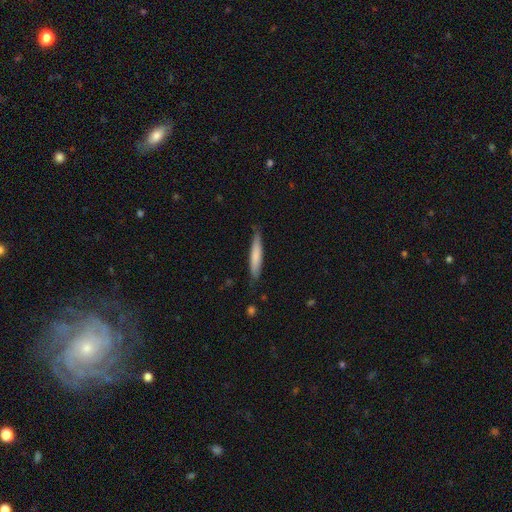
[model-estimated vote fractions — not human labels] Smooth or featured? smooth (74%)
How rounded? cigar-shaped (90%)
Merging? none (81%)